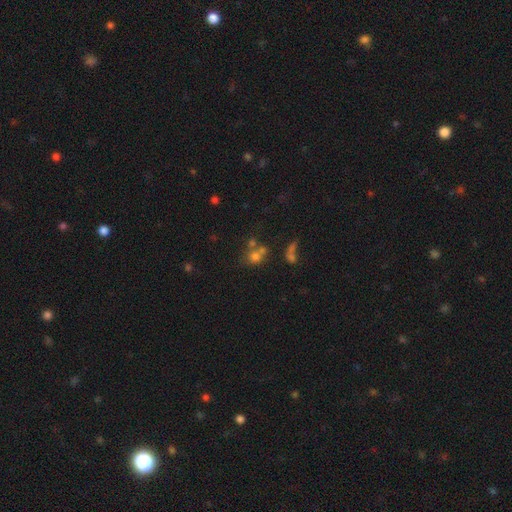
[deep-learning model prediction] smooth-or-featured: smooth: 55% | star or artifact: 28% | featured or disk: 17%
  how-rounded: round: 75% | in between: 23% | cigar-shaped: 2%
  merging: none: 46% | merger: 36% | minor disturbance: 10% | major disturbance: 8%